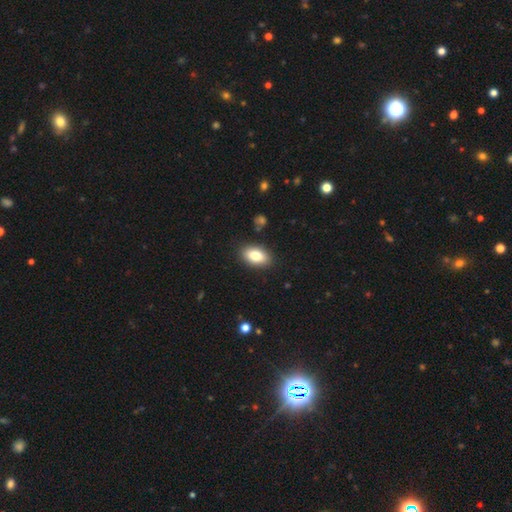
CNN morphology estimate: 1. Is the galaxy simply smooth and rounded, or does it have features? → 80% smooth, 12% featured or disk, 7% star or artifact.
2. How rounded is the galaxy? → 90% in between, 7% round, 2% cigar-shaped.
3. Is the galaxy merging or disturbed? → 88% none, 9% minor disturbance, 2% major disturbance, 1% merger.